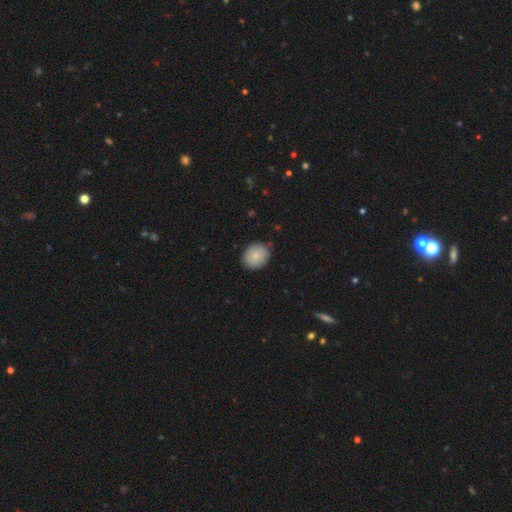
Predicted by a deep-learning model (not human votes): Q: Smooth or featured?
A: smooth (81%); runner-up: featured or disk (12%)
Q: How rounded?
A: round (68%); runner-up: in between (31%)
Q: Merging?
A: none (85%); runner-up: minor disturbance (12%)